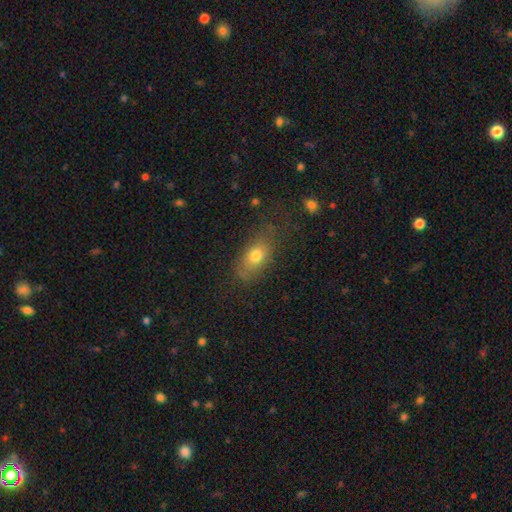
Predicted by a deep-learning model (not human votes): Q: Smooth or featured?
A: smooth (73%); runner-up: featured or disk (17%)
Q: How rounded?
A: in between (80%); runner-up: round (13%)
Q: Merging?
A: none (61%); runner-up: minor disturbance (24%)